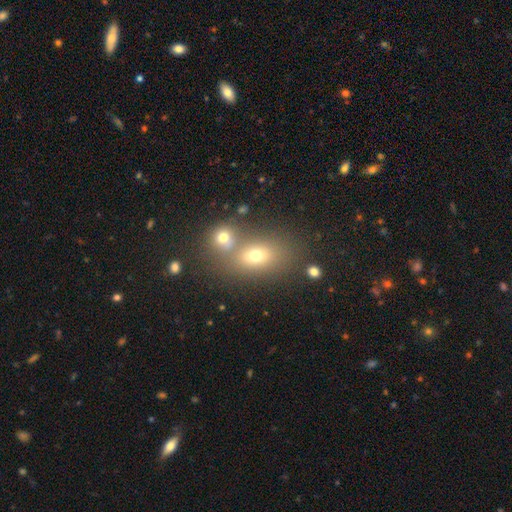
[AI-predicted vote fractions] Smooth or featured?
  - smooth: 67% *
  - featured or disk: 17%
  - star or artifact: 17%
How rounded?
  - in between: 64% *
  - round: 34%
  - cigar-shaped: 2%
Merging?
  - none: 43% *
  - merger: 42%
  - minor disturbance: 10%
  - major disturbance: 5%